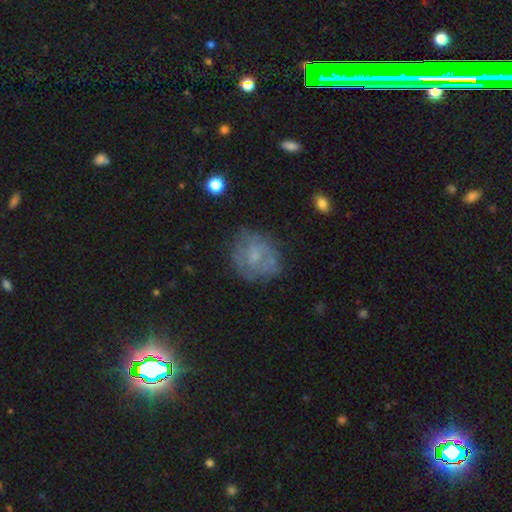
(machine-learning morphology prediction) type=featured or disk (47%); merging=none (65%).